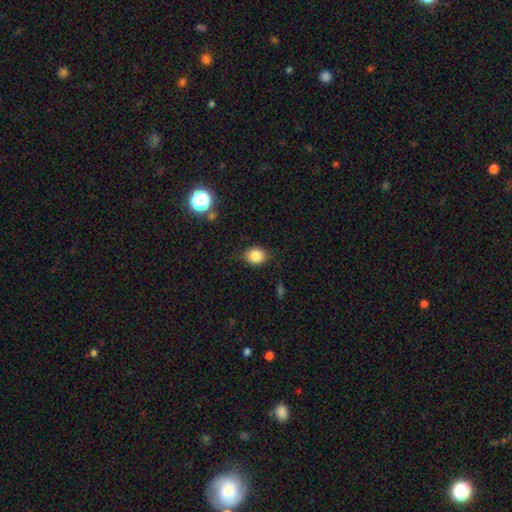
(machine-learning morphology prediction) Overall: smooth (83%). How rounded: round (60%; in between 38%). Merging: none (80%).